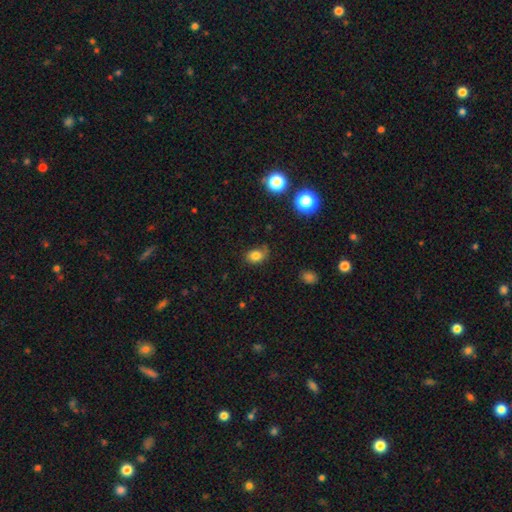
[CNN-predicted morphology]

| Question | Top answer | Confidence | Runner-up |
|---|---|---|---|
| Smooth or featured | smooth | 78% | star or artifact (12%) |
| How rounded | in between | 63% | round (35%) |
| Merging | none | 62% | minor disturbance (28%) |